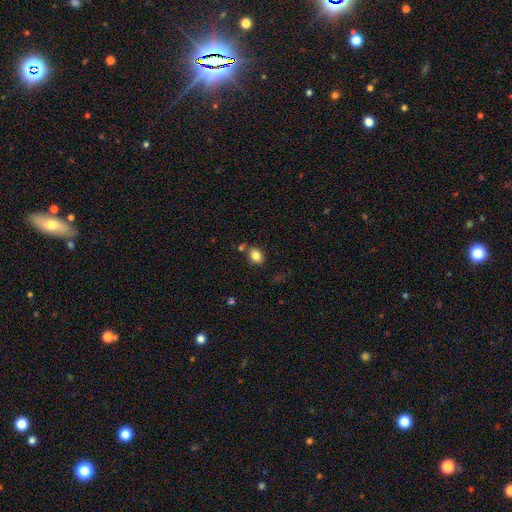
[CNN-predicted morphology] Smooth or featured: smooth — 83% (star or artifact — 10%)
How rounded: in between — 63% (round — 36%)
Merging: none — 74% (minor disturbance — 13%)